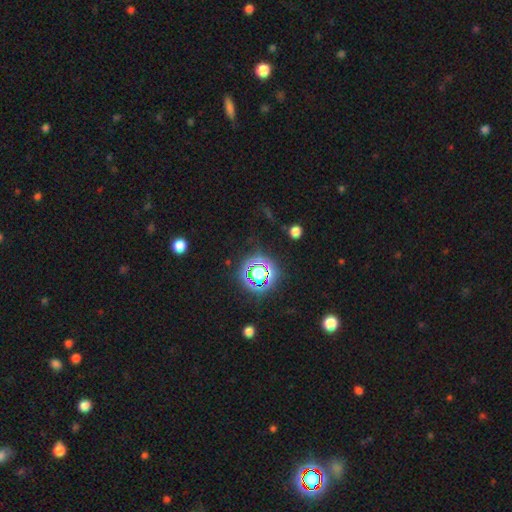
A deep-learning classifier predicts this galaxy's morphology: Overall: star or artifact (75%).